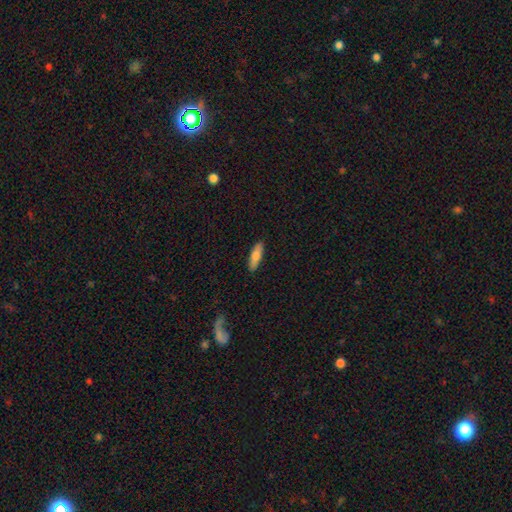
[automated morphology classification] Overall: smooth (71%). How rounded: cigar-shaped (55%; in between 43%). Merging: none (90%).